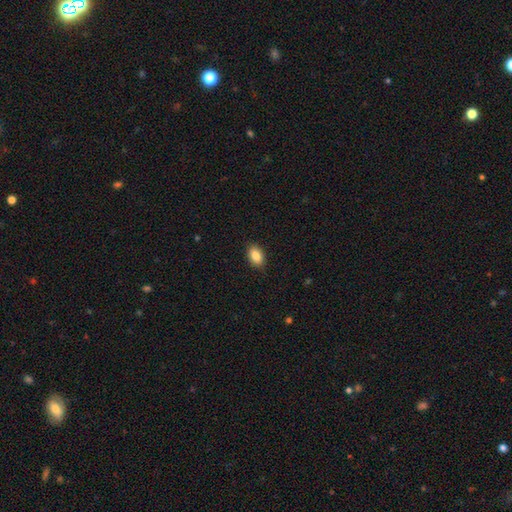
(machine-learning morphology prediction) Smooth or featured? smooth (86%)
How rounded? in between (89%)
Merging? none (89%)